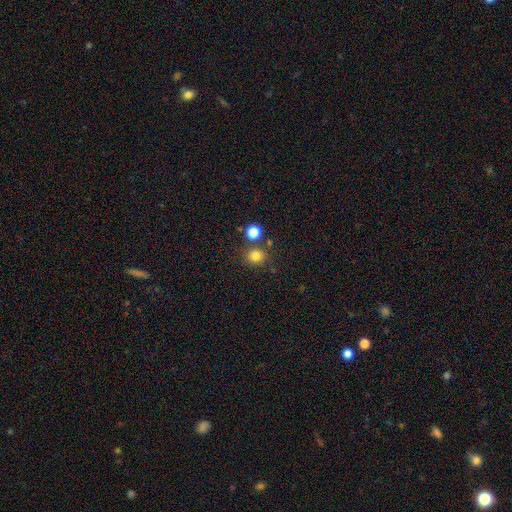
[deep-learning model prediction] Q: Smooth or featured?
A: smooth (80%); runner-up: star or artifact (14%)
Q: How rounded?
A: round (85%); runner-up: in between (14%)
Q: Merging?
A: none (76%); runner-up: merger (12%)